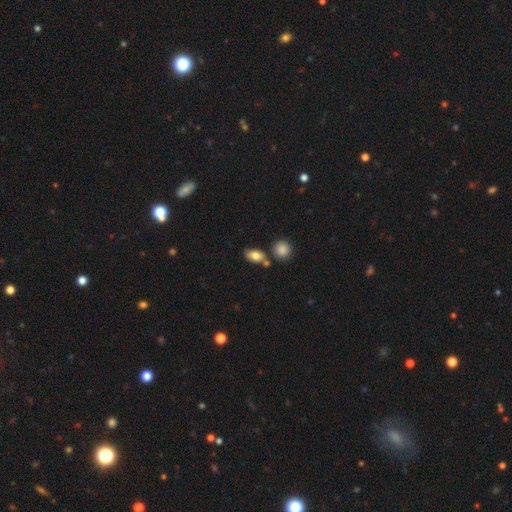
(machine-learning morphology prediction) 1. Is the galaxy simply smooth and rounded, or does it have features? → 82% smooth, 10% featured or disk, 8% star or artifact.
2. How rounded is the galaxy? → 84% in between, 13% round, 3% cigar-shaped.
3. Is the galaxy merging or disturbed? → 63% none, 19% merger, 14% minor disturbance, 4% major disturbance.